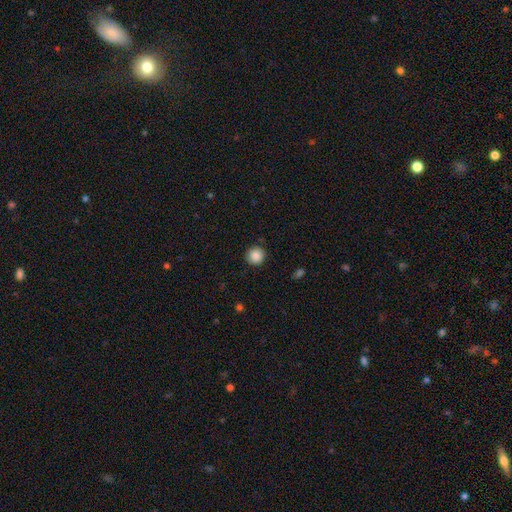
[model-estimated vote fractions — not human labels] A smooth galaxy with no disk features (87%) that is round (93%). Merging: none (89%).